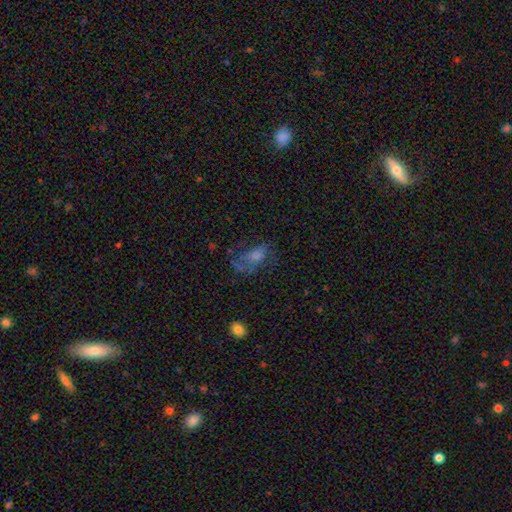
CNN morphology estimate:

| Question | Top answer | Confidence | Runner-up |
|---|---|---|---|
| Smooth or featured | featured or disk | 41% | smooth (39%) |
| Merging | none | 41% | major disturbance (35%) |